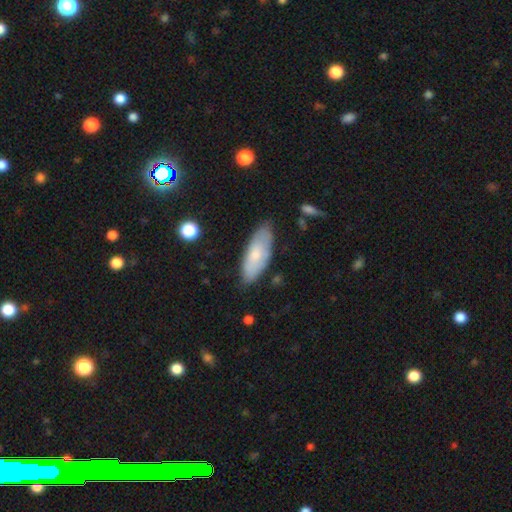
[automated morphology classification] smooth_or_featured: smooth (p=0.65) [alt: featured or disk p=0.29]
how_rounded: in between (p=0.77) [alt: cigar-shaped p=0.21]
merging: none (p=0.73) [alt: minor disturbance p=0.21]